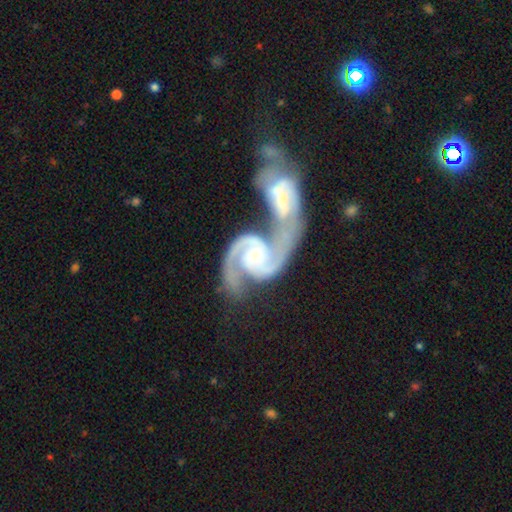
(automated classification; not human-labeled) Overall: featured or disk (93%). Edge-on disk: no (98%). Bar: no (56%; weak 31%). Spiral arms: yes (98%). Spiral arm count: 2 (92%). Spiral winding: medium (57%; tight 25%). Bulge size: small (55%; moderate 39%). Merging: merger (75%).